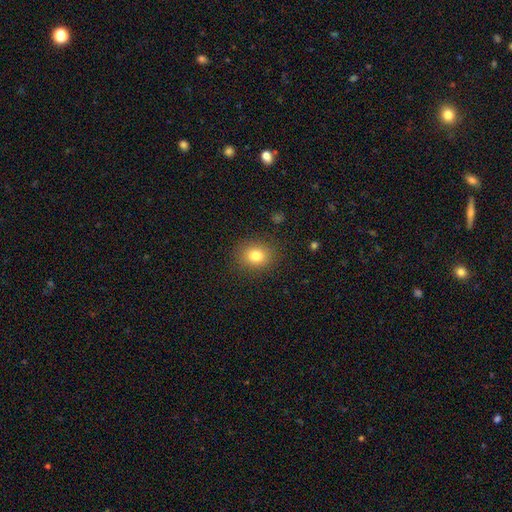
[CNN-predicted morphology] Smooth or featured: smooth — 80% (star or artifact — 12%)
How rounded: round — 65% (in between — 34%)
Merging: none — 88% (minor disturbance — 8%)